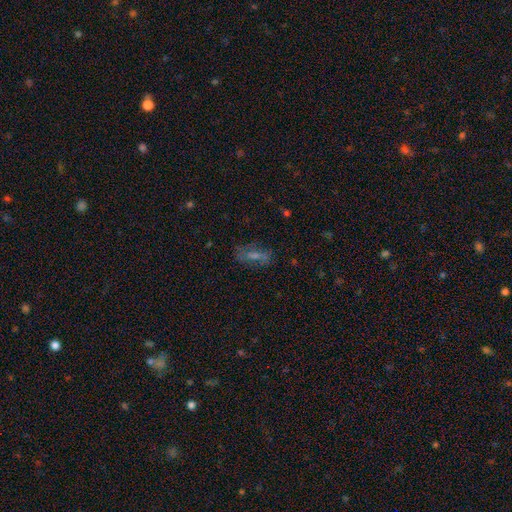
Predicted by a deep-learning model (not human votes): This appears to be a featured or disk galaxy (40%). Merging: none (68%).